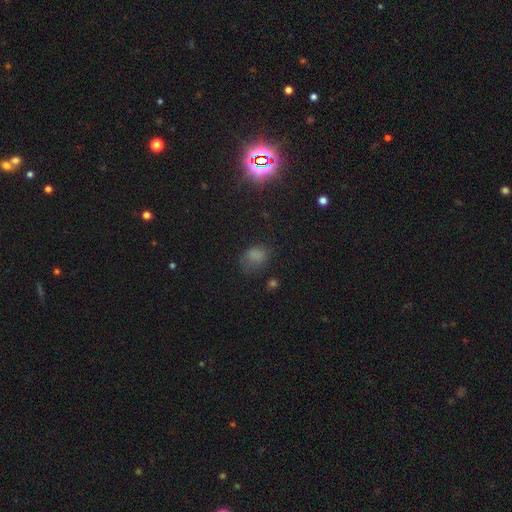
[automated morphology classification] type=smooth (69%); roundness=in between (63%); merging=none (51%).